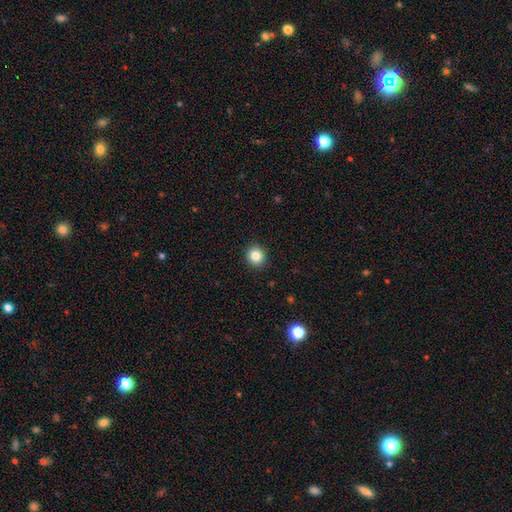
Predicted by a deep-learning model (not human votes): smooth_or_featured: smooth (p=0.84) [alt: star or artifact p=0.10]
how_rounded: round (p=0.86) [alt: in between p=0.13]
merging: none (p=0.91) [alt: minor disturbance p=0.06]